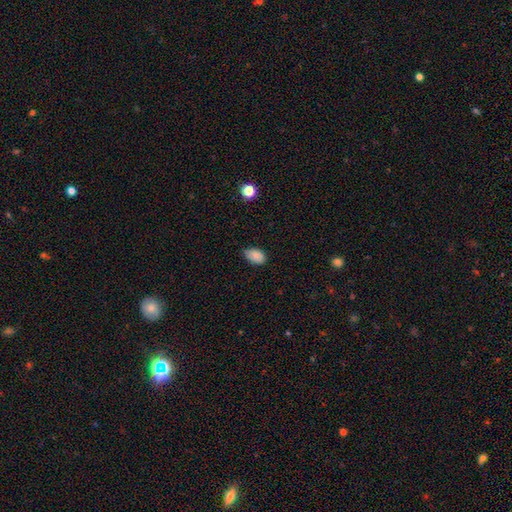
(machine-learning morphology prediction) Smooth or featured? Predicted: smooth (p=0.86). How rounded? Predicted: in between (p=0.90). Merging? Predicted: none (p=0.67).